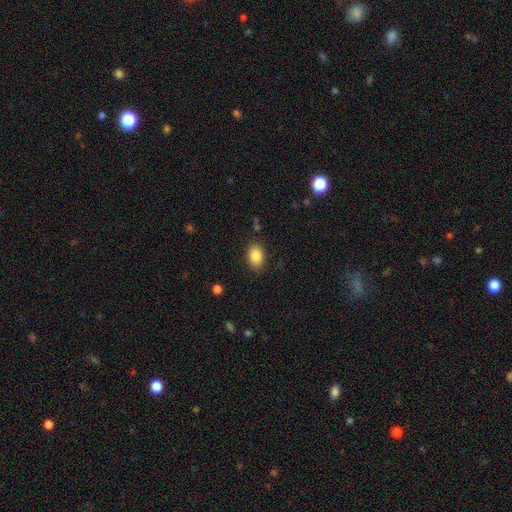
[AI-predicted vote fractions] This appears to be a smooth galaxy with no disk features (87%) that is in between round and cigar-shaped (84%). Merging: none (86%).